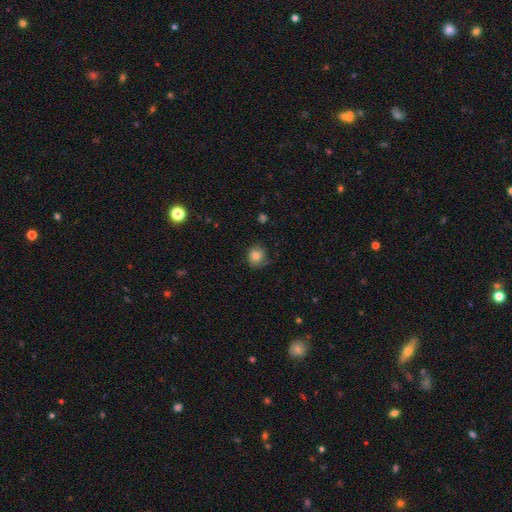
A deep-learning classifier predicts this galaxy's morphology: A smooth galaxy with no disk features (82%) that is round (82%).

Vote fractions:
- Smooth or featured? smooth: 82% / star or artifact: 10% / featured or disk: 8%
- How rounded? round: 82% / in between: 18% / cigar-shaped: 1%
- Merging? none: 68% / minor disturbance: 24% / major disturbance: 7% / merger: 1%